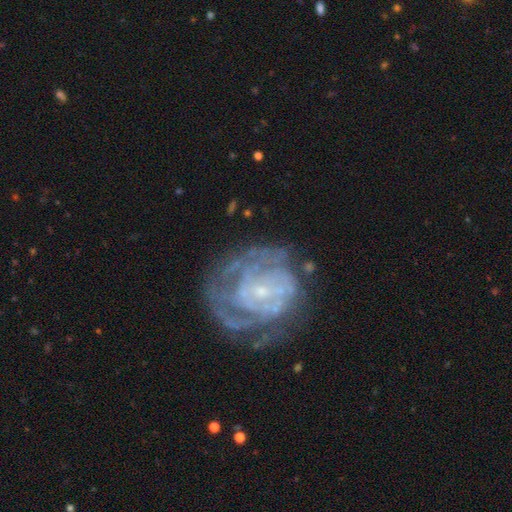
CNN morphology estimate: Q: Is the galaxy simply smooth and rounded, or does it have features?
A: featured or disk — 74%.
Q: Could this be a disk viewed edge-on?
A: no — 97%.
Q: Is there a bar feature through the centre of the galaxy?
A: no — 61%.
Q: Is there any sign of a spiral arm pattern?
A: yes — 81%.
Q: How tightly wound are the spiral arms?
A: tight — 70%.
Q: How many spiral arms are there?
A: can't tell — 50%.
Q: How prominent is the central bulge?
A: small — 79%.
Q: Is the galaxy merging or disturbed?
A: none — 67%.